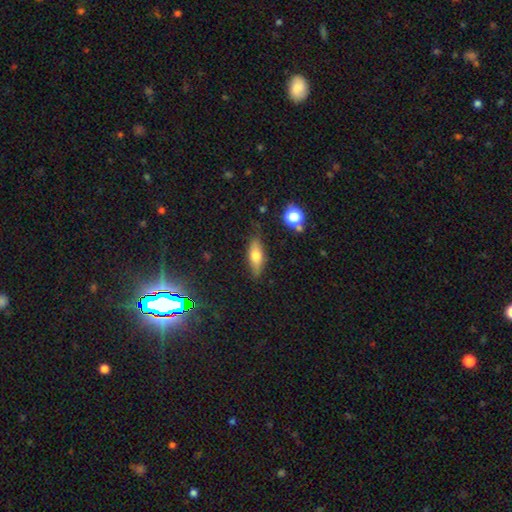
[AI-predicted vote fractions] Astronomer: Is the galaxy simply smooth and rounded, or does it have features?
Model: smooth — 63%.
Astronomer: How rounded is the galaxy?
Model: in between — 62%.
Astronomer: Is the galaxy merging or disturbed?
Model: none — 80%.